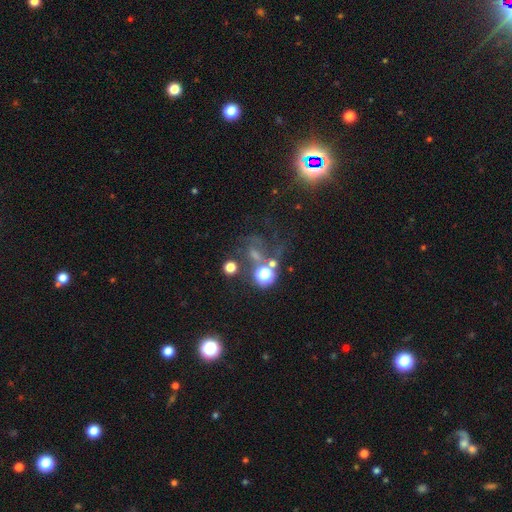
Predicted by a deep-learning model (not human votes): A star or artifact, not a galaxy (62%).

Vote fractions:
- Smooth or featured? star or artifact: 62% / smooth: 21% / featured or disk: 17%